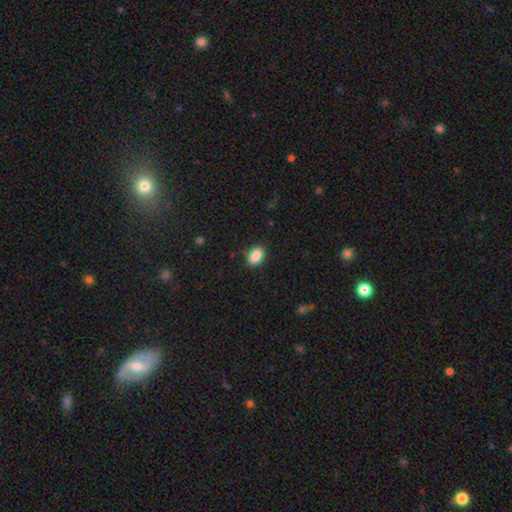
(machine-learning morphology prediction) Smooth or featured: smooth — 89% (star or artifact — 8%)
How rounded: in between — 85% (round — 14%)
Merging: none — 87% (minor disturbance — 10%)